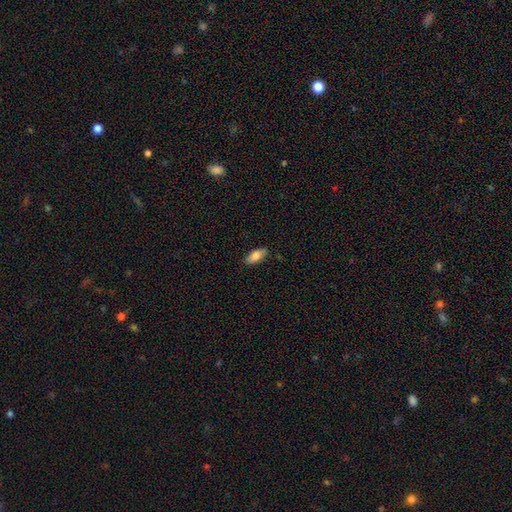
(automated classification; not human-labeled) Morphology: type=smooth (82%); roundness=in between (85%); merging=none (85%).